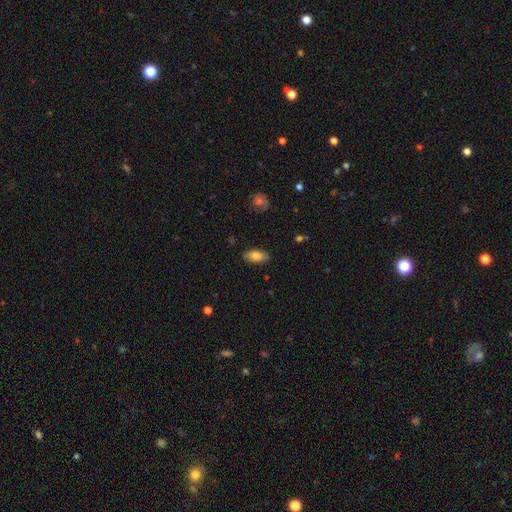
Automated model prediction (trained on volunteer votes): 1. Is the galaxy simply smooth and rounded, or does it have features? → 82% smooth, 11% featured or disk, 7% star or artifact.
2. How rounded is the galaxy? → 90% in between, 7% cigar-shaped, 3% round.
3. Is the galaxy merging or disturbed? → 86% none, 10% minor disturbance, 2% major disturbance, 1% merger.